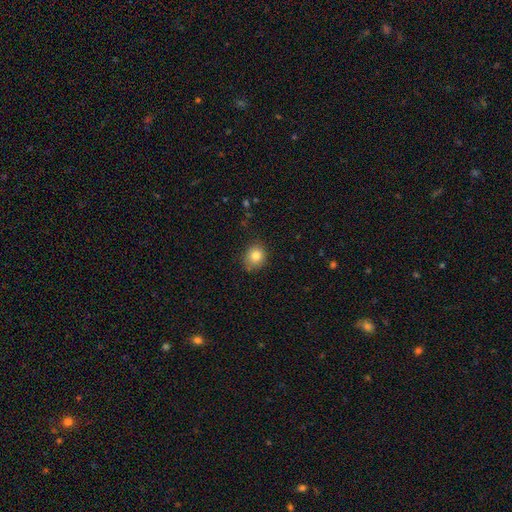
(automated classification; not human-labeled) A smooth galaxy with no disk features (82%) that is round (70%).

Vote fractions:
- Smooth or featured? smooth: 82% / star or artifact: 10% / featured or disk: 7%
- How rounded? round: 70% / in between: 29% / cigar-shaped: 1%
- Merging? none: 79% / minor disturbance: 17% / major disturbance: 3% / merger: 1%